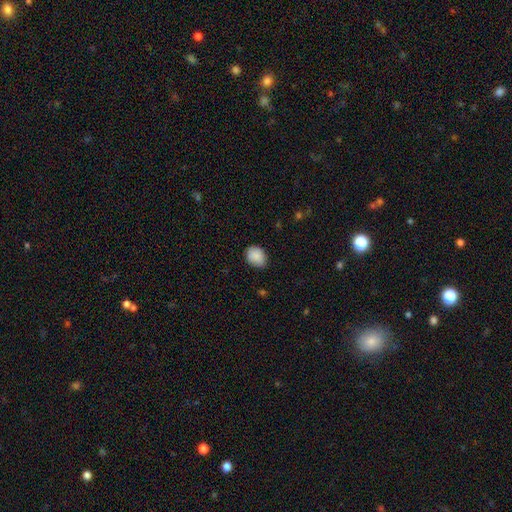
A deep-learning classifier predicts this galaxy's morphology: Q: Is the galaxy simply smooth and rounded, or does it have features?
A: smooth — 88%.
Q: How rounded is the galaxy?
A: in between — 53%.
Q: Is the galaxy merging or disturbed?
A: none — 76%.